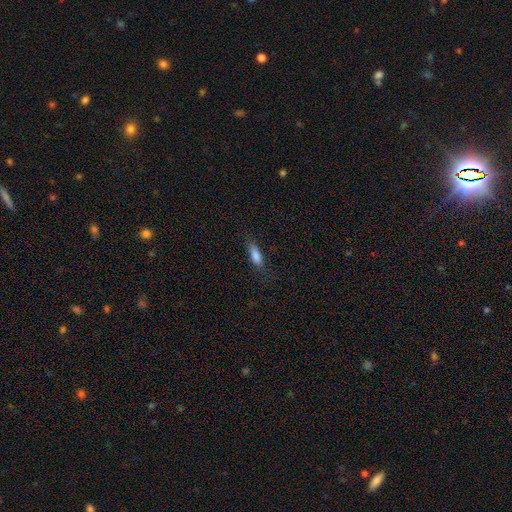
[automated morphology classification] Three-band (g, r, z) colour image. It shows a smooth galaxy with no disk features (83%) that is in between round and cigar-shaped (59%). Merging: none (75%).